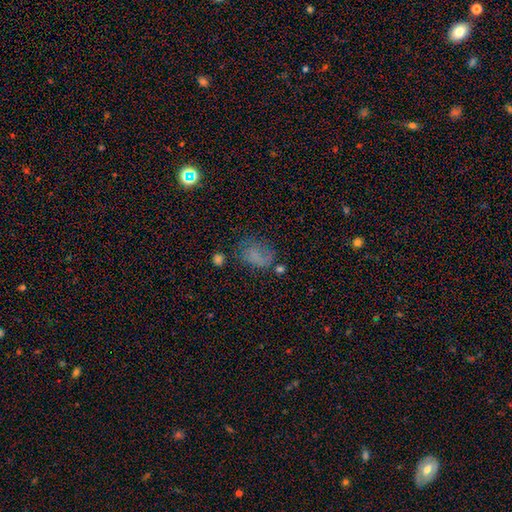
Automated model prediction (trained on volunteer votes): smooth 60%, featured or disk 21%, star or artifact 19%. Down the decision tree: how rounded — in between (71%); merging — none (45%).